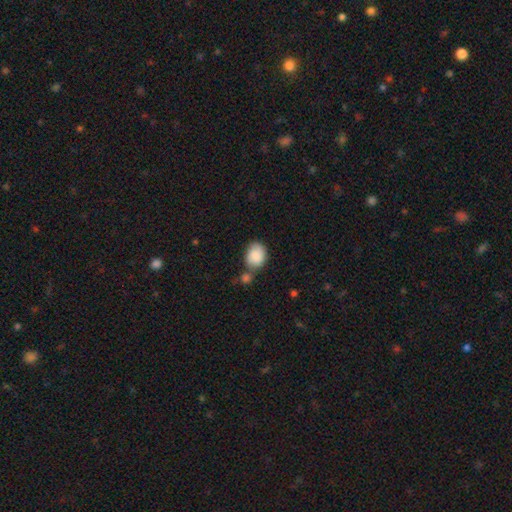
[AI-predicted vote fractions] Smooth or featured: smooth — 88% (star or artifact — 7%)
How rounded: in between — 55% (round — 44%)
Merging: none — 45% (merger — 29%)